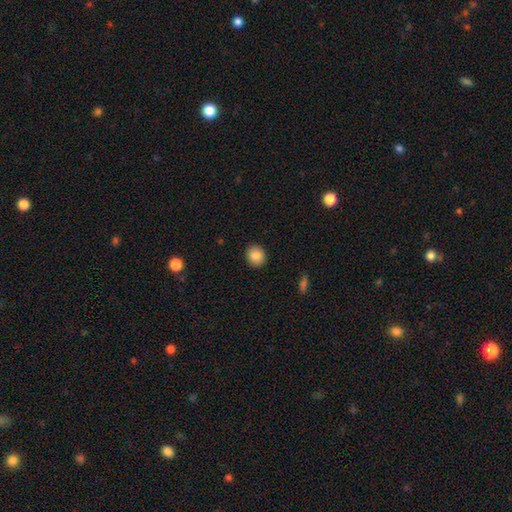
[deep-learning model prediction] Smooth or featured: smooth — 87% (star or artifact — 8%)
How rounded: round — 72% (in between — 27%)
Merging: none — 91% (minor disturbance — 7%)